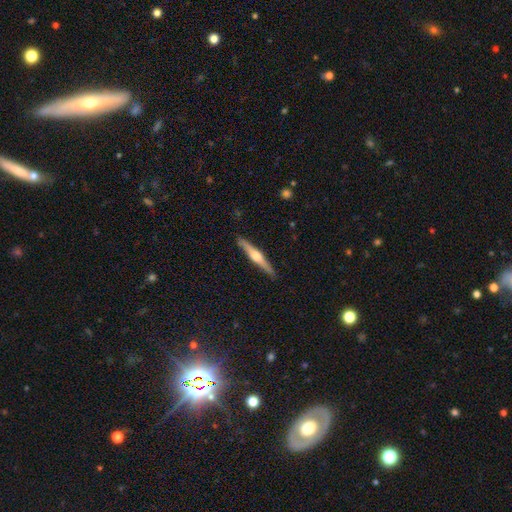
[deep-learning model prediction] Smooth or featured?
  - featured or disk: 70% *
  - smooth: 25%
  - star or artifact: 5%
Edge-on disk?
  - yes: 98% *
  - no: 2%
Edge-on bulge?
  - rounded: 88% *
  - boxy: 8%
  - none: 4%
Merging?
  - none: 90% *
  - minor disturbance: 7%
  - major disturbance: 1%
  - merger: 1%